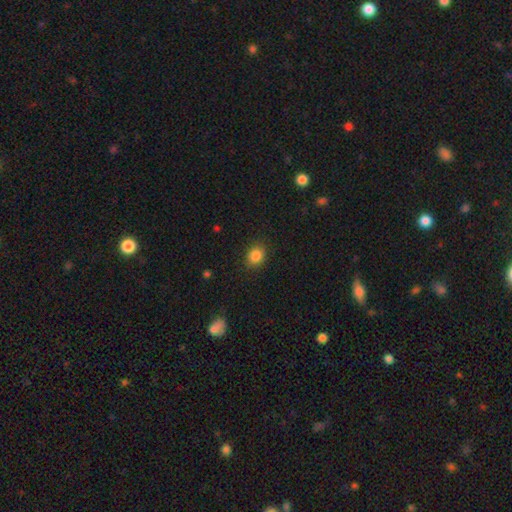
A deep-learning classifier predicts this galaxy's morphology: A smooth galaxy with no disk features (85%) that is round (53%). Merging: none (86%).